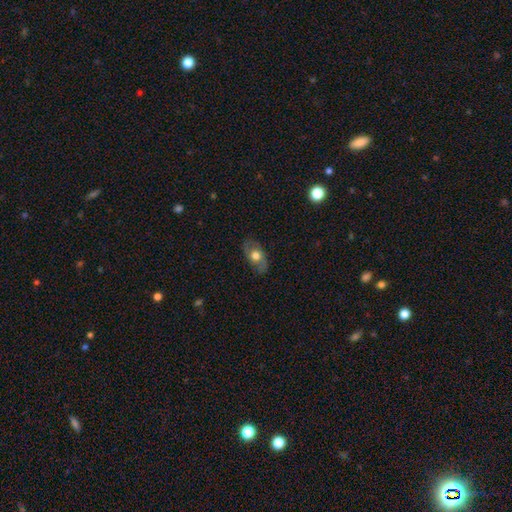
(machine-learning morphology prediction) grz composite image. It shows a smooth galaxy with no disk features (49%). Merging: none (79%).